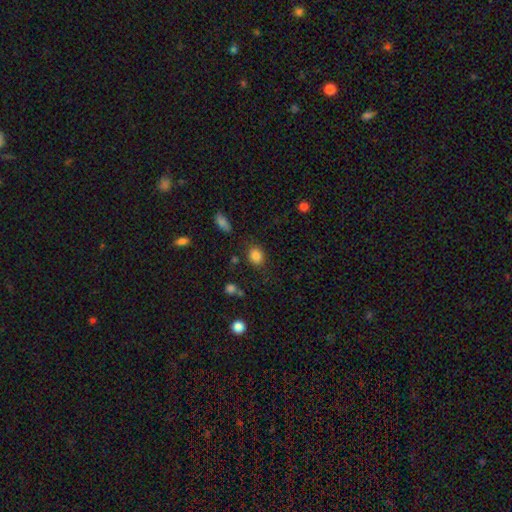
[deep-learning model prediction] smooth 84%, star or artifact 11%, featured or disk 5%. Down the decision tree: how rounded — round (56%); merging — none (80%).